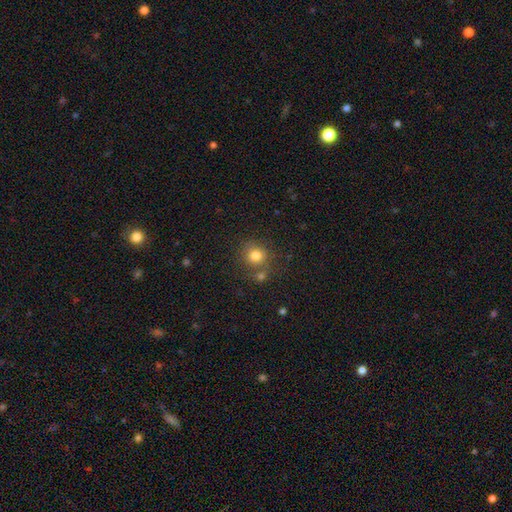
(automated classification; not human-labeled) A smooth galaxy with no disk features (79%) that is round (88%).

Vote fractions:
- Smooth or featured? smooth: 79% / star or artifact: 13% / featured or disk: 8%
- How rounded? round: 88% / in between: 11% / cigar-shaped: 1%
- Merging? none: 68% / merger: 17% / minor disturbance: 11% / major disturbance: 4%